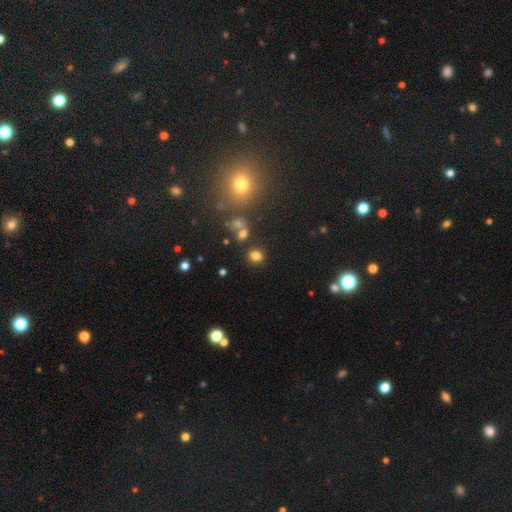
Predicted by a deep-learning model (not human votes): This is likely a smooth galaxy (78%). How rounded: likely round (70%). Merging: likely none (80%).